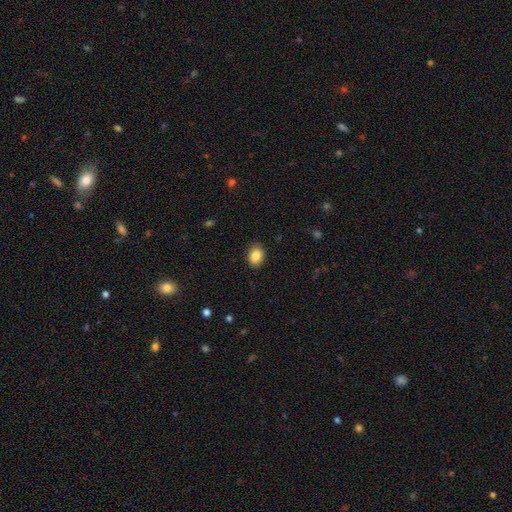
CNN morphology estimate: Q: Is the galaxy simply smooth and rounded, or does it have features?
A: smooth — 86%.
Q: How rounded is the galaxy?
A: in between — 71%.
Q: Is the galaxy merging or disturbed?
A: none — 88%.